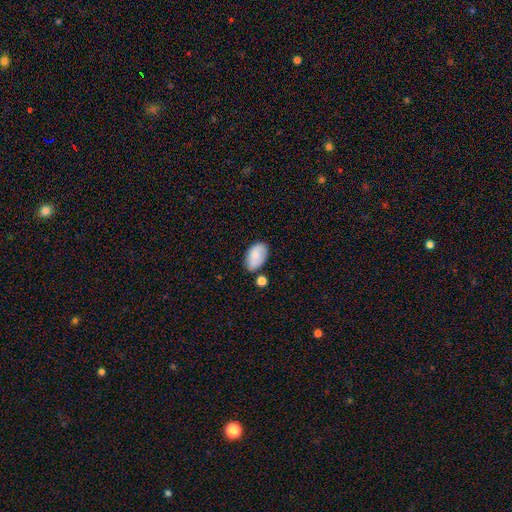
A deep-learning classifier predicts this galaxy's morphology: Overall: smooth (82%). How rounded: in between (94%). Merging: none (67%).